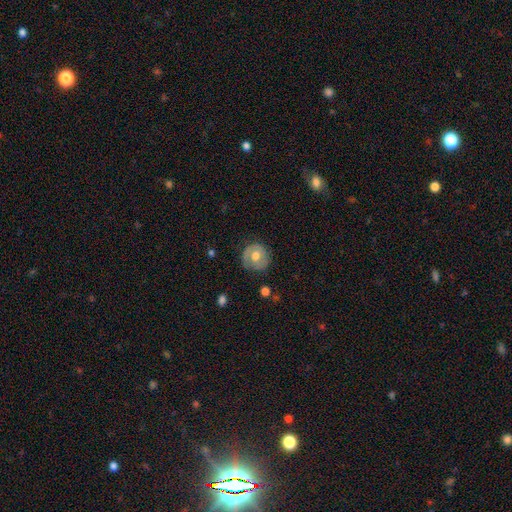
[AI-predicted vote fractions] This is possibly a smooth galaxy (53%). How rounded: clearly round (88%). Merging: likely none (73%).